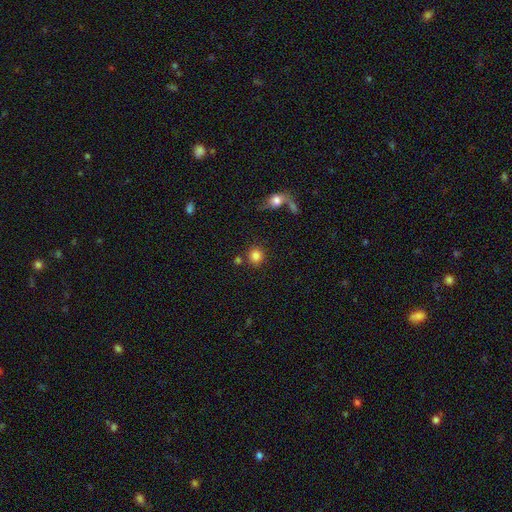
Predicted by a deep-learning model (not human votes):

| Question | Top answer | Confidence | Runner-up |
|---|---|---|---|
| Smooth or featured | smooth | 84% | star or artifact (10%) |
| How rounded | round | 90% | in between (9%) |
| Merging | none | 79% | merger (9%) |